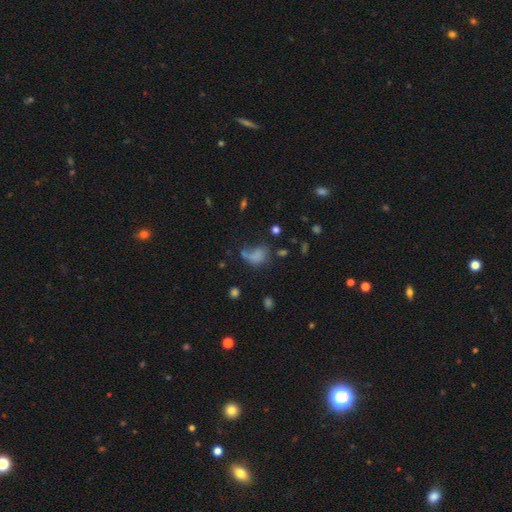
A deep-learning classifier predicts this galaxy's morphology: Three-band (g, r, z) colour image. It shows a smooth galaxy with no disk features (68%) that is in between round and cigar-shaped (76%). Merging: major disturbance (37%).